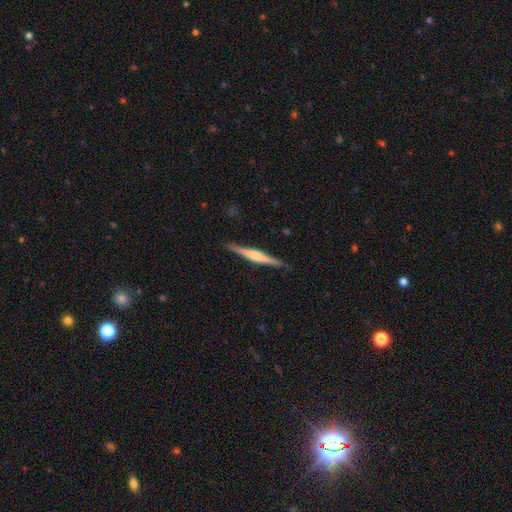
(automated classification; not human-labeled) Smooth or featured? Predicted: featured or disk (p=0.73). Edge-on disk? Predicted: yes (p=0.98). Edge-on bulge? Predicted: rounded (p=0.72). Merging? Predicted: none (p=0.89).